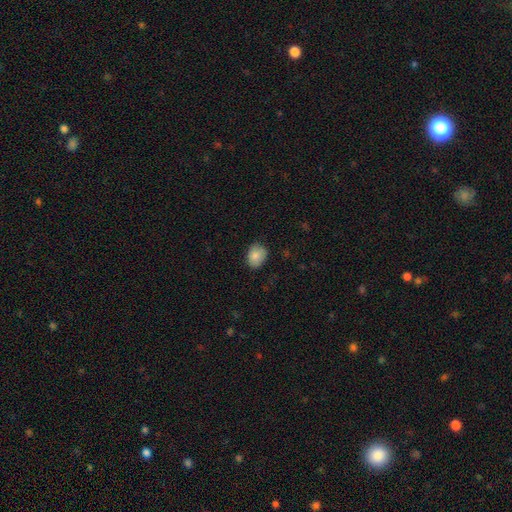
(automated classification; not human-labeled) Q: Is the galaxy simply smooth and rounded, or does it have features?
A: smooth — 85%.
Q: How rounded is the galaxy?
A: in between — 66%.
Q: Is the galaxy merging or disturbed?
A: none — 79%.